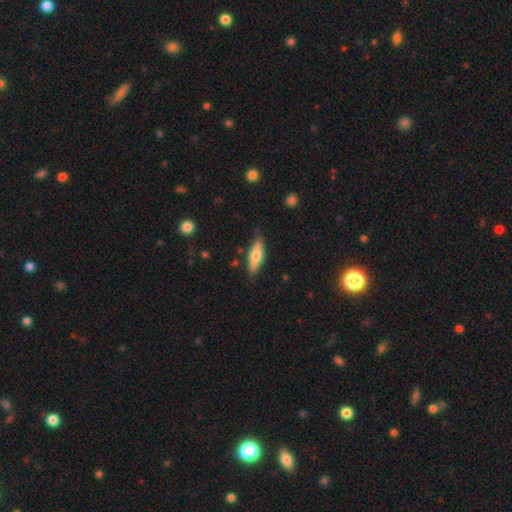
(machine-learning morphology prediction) Smooth or featured? Predicted: smooth (p=0.67). How rounded? Predicted: in between (p=0.52). Merging? Predicted: none (p=0.81).